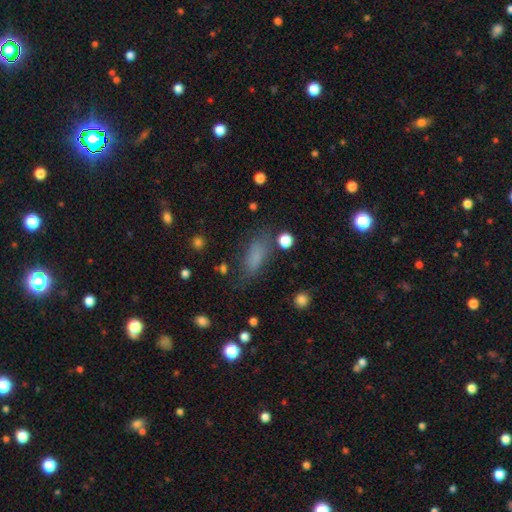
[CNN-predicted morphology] This is likely a smooth galaxy (71%). How rounded: likely in between (73%). Merging: likely none (66%).